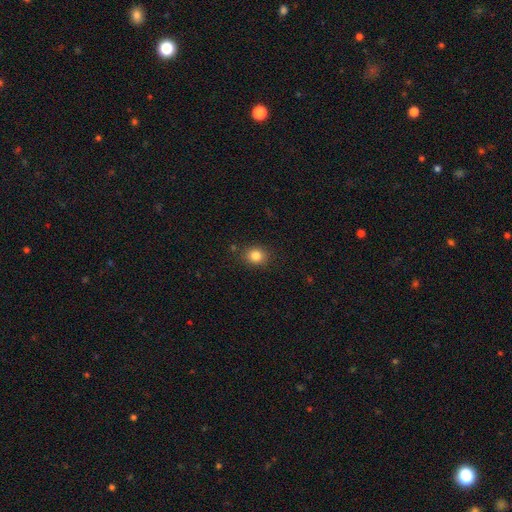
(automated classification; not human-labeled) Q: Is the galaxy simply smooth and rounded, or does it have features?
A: smooth — 83%.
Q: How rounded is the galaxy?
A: round — 68%.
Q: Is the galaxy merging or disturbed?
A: none — 86%.